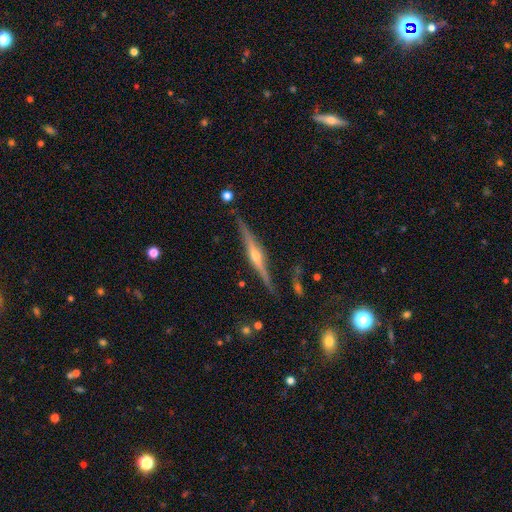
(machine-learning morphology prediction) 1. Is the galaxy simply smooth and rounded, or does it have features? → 84% featured or disk, 10% smooth, 6% star or artifact.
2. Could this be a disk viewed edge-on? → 98% yes, 2% no.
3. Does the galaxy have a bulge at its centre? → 90% rounded, 5% none, 5% boxy.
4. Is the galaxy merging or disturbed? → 86% none, 10% minor disturbance, 2% major disturbance, 2% merger.